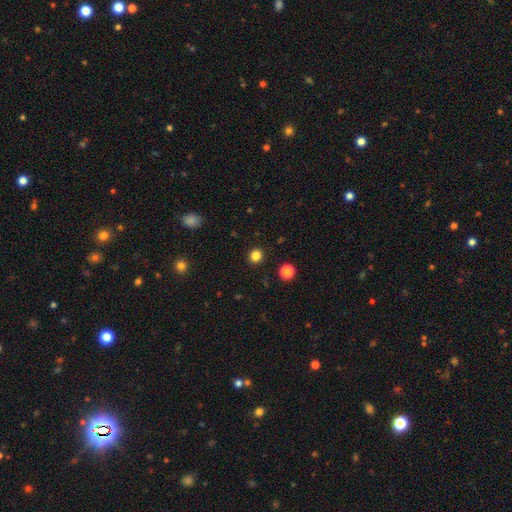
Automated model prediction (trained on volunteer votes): smooth 84%, star or artifact 13%, featured or disk 3%. Down the decision tree: how rounded — round (87%); merging — none (91%).